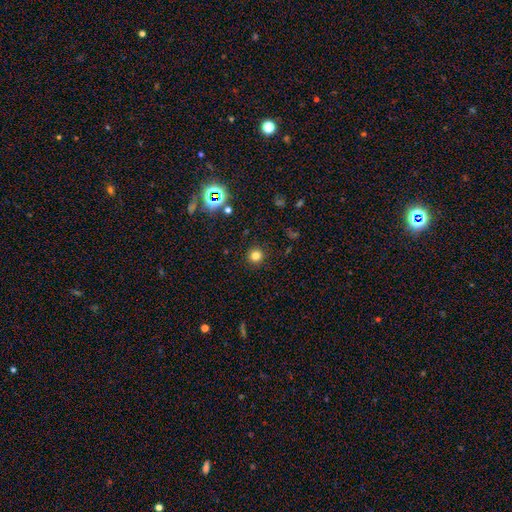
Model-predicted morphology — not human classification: This appears to be a smooth galaxy with no disk features (78%) that is round (95%). Merging: none (91%).